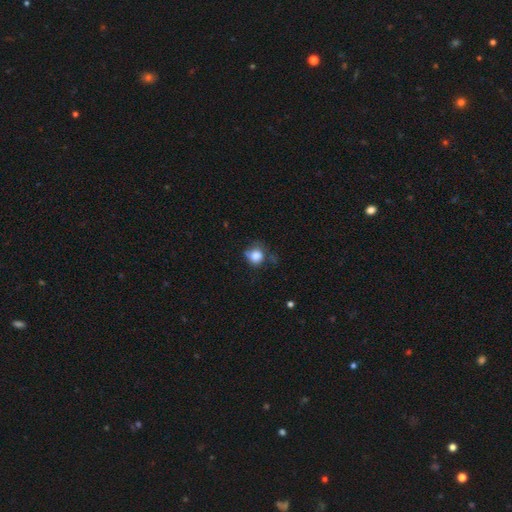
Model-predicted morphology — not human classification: A smooth galaxy with no disk features (78%) that is round (72%).

Vote fractions:
- Smooth or featured? smooth: 78% / featured or disk: 12% / star or artifact: 10%
- How rounded? round: 72% / in between: 27% / cigar-shaped: 1%
- Merging? none: 44% / minor disturbance: 32% / major disturbance: 19% / merger: 5%